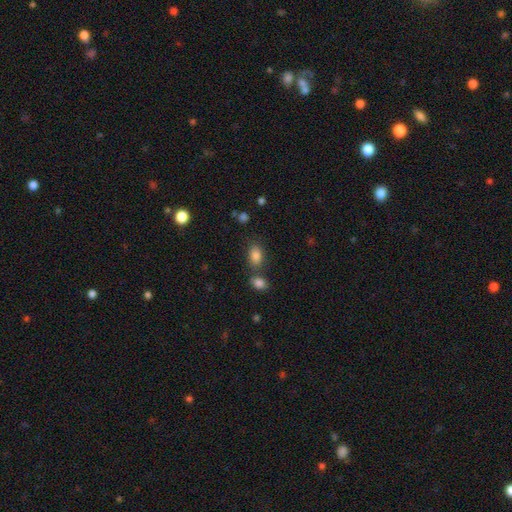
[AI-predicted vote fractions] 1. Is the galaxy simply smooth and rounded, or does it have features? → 84% smooth, 10% star or artifact, 6% featured or disk.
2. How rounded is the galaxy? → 86% in between, 13% round, 2% cigar-shaped.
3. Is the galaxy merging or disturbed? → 64% none, 19% merger, 13% minor disturbance, 4% major disturbance.